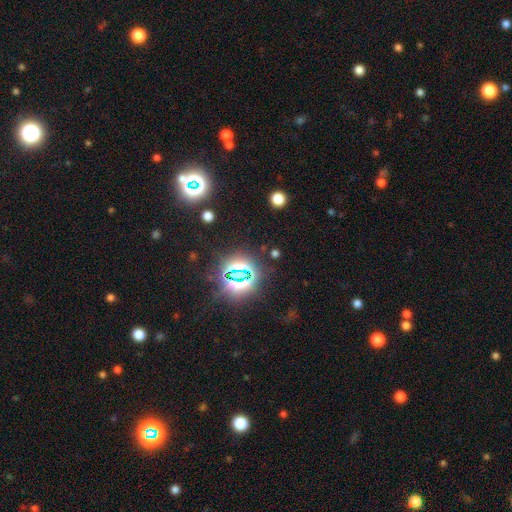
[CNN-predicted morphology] smooth-or-featured: star or artifact: 81% | smooth: 13% | featured or disk: 6%